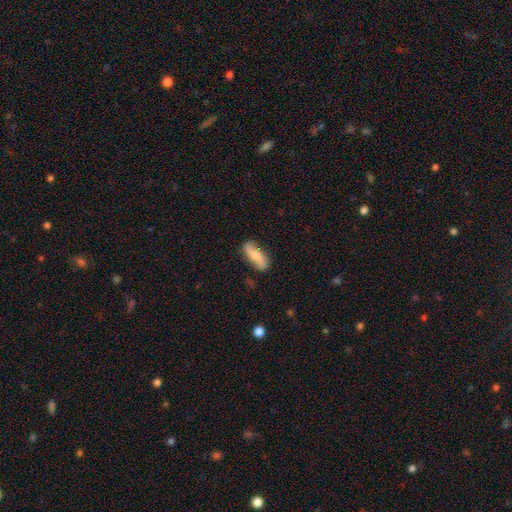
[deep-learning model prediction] Smooth or featured?
  - smooth: 49% *
  - featured or disk: 44%
  - star or artifact: 6%
Merging?
  - none: 77% *
  - minor disturbance: 17%
  - major disturbance: 4%
  - merger: 2%